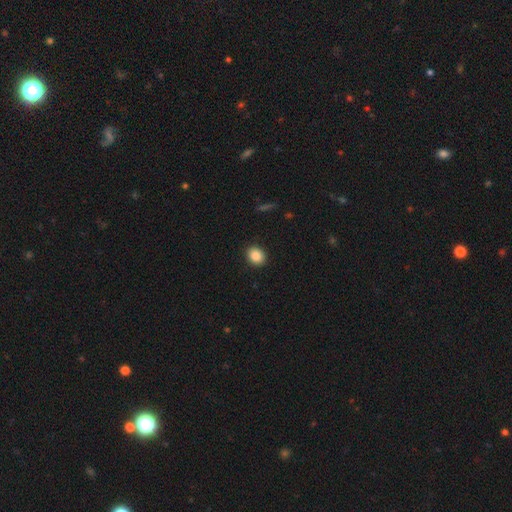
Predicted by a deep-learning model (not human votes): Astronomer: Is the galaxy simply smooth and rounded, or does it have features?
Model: smooth — 87%.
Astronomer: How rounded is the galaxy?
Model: round — 61% (runner-up: in between, 38%).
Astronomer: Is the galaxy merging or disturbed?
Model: none — 91%.